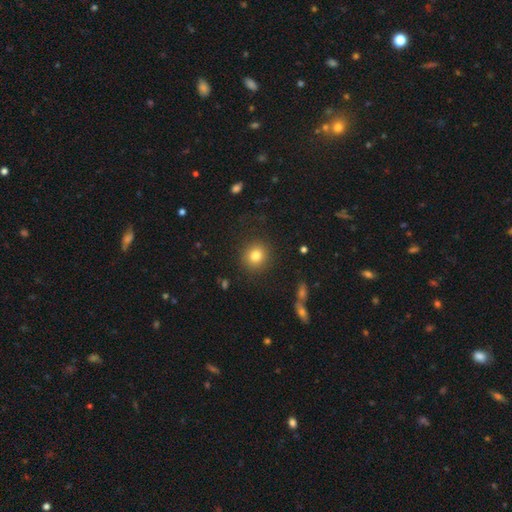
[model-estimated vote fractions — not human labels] A smooth galaxy with no disk features (81%) that is round (88%).

Vote fractions:
- Smooth or featured? smooth: 81% / star or artifact: 11% / featured or disk: 8%
- How rounded? round: 88% / in between: 11% / cigar-shaped: 1%
- Merging? none: 88% / minor disturbance: 7% / major disturbance: 3% / merger: 2%